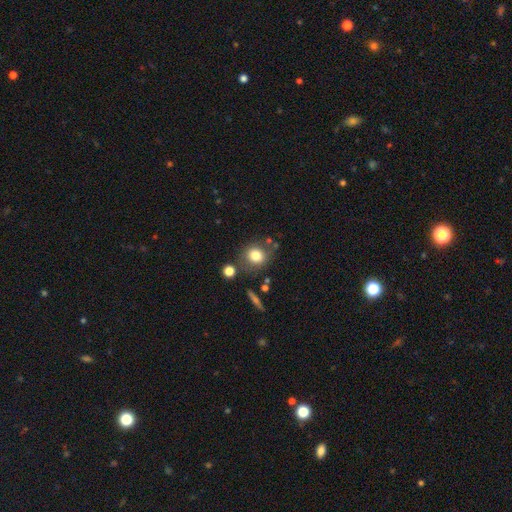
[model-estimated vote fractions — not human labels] Smooth or featured? smooth (79%)
How rounded? round (78%)
Merging? none (72%)